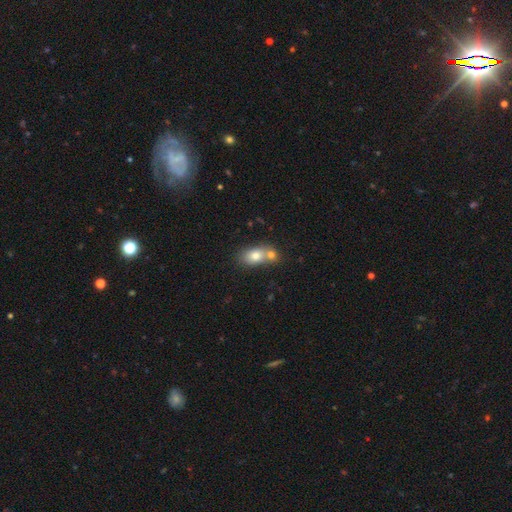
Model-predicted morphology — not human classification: type=smooth (75%); roundness=in between (72%); merging=merger (54%).